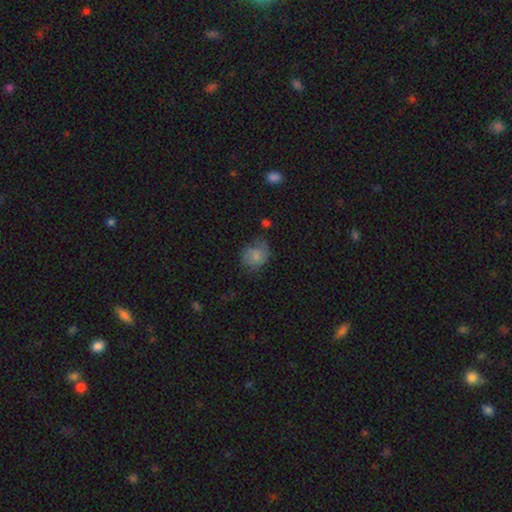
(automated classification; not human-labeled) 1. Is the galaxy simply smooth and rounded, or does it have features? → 71% smooth, 19% featured or disk, 9% star or artifact.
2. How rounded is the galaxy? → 63% round, 36% in between, 1% cigar-shaped.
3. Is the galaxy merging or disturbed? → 54% none, 30% minor disturbance, 12% major disturbance, 3% merger.